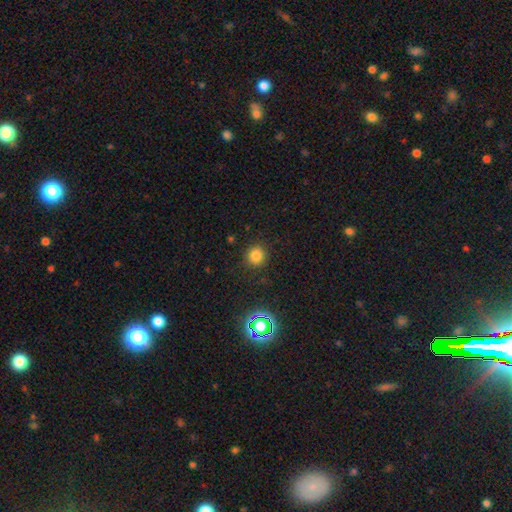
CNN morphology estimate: Smooth or featured: smooth — 79% (star or artifact — 16%)
How rounded: round — 91% (in between — 8%)
Merging: none — 88% (minor disturbance — 8%)